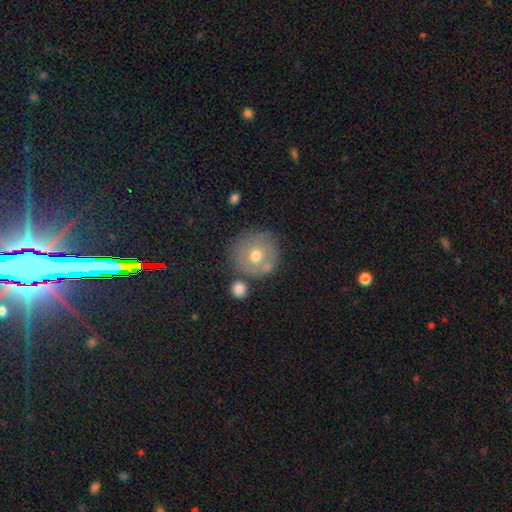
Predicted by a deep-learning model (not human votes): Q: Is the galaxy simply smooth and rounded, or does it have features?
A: smooth — 63%.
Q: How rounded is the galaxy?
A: round — 94%.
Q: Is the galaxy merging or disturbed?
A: none — 71%.